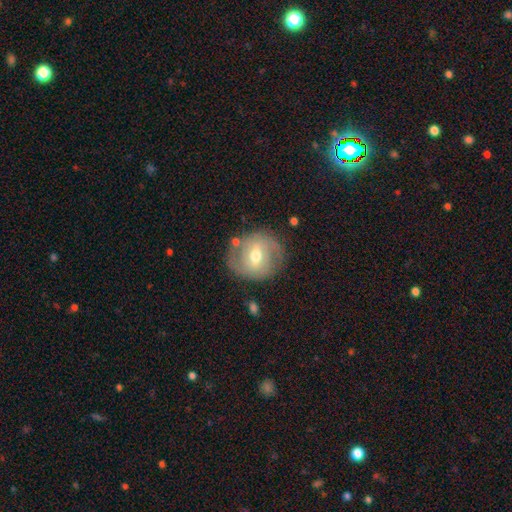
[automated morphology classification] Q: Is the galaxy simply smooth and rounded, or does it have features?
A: featured or disk — 68%.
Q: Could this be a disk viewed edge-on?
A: no — 97%.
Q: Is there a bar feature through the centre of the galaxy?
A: weak — 54%.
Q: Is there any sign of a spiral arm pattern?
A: yes — 78%.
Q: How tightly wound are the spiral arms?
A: tight — 43%.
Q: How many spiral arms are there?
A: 2 — 71%.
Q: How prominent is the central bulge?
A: moderate — 74%.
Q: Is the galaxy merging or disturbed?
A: none — 77%.